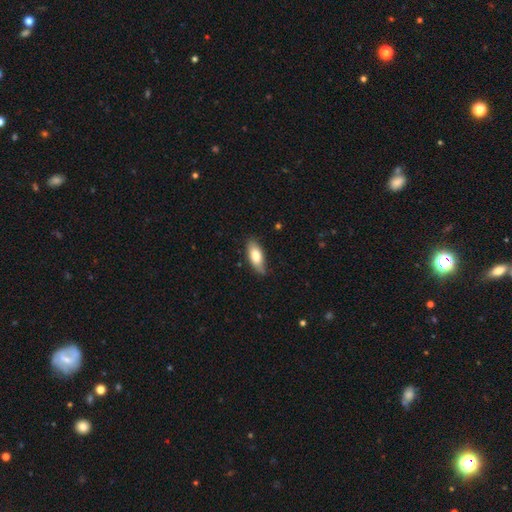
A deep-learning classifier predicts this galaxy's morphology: Smooth or featured?
  - smooth: 77% *
  - featured or disk: 17%
  - star or artifact: 6%
How rounded?
  - in between: 81% *
  - cigar-shaped: 17%
  - round: 2%
Merging?
  - none: 75% *
  - minor disturbance: 20%
  - major disturbance: 3%
  - merger: 1%